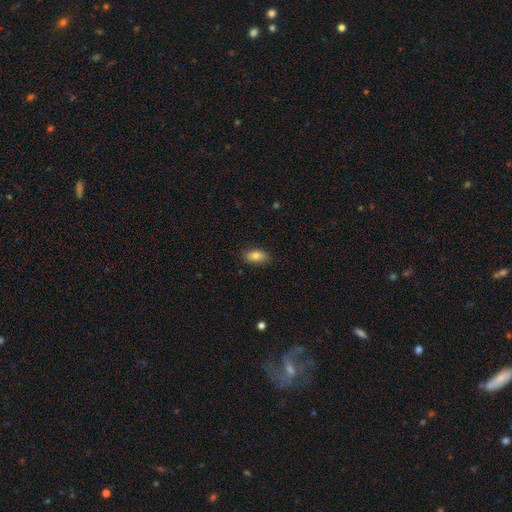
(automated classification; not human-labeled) Smooth or featured?
  - smooth: 83% *
  - featured or disk: 9%
  - star or artifact: 8%
How rounded?
  - in between: 90% *
  - round: 7%
  - cigar-shaped: 4%
Merging?
  - none: 85% *
  - minor disturbance: 12%
  - major disturbance: 2%
  - merger: 1%